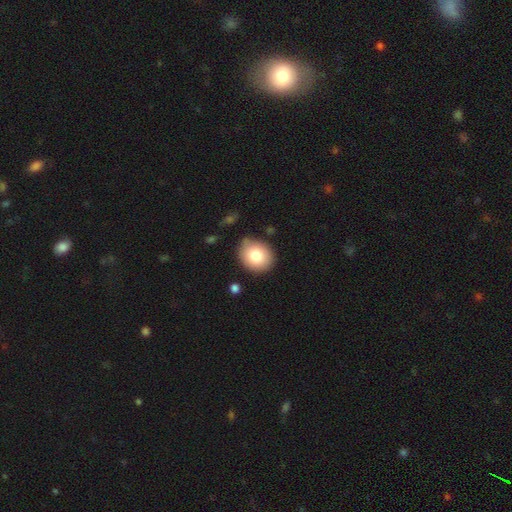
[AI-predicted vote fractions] smooth 81%, featured or disk 11%, star or artifact 8%. Down the decision tree: how rounded — round (60%); merging — none (83%).